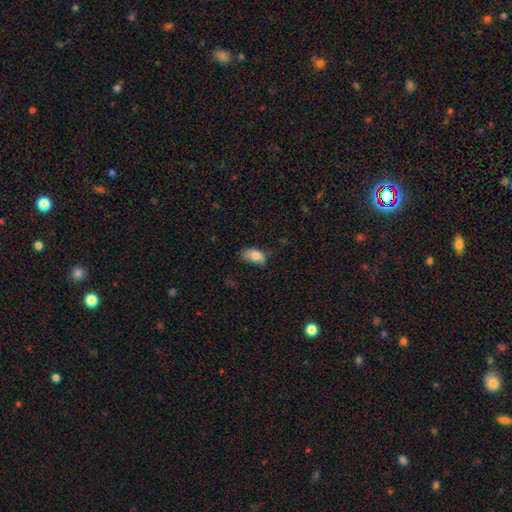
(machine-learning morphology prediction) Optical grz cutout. It shows a smooth galaxy with no disk features (80%) that is in between round and cigar-shaped (89%). Merging: minor disturbance (40%).